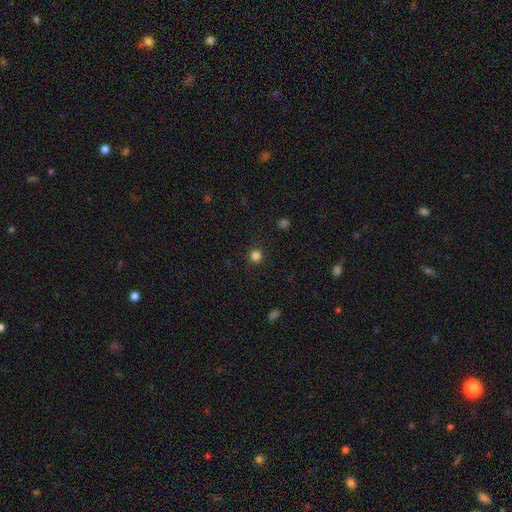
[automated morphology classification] Smooth or featured? Predicted: smooth (p=0.82). How rounded? Predicted: round (p=0.94). Merging? Predicted: none (p=0.91).